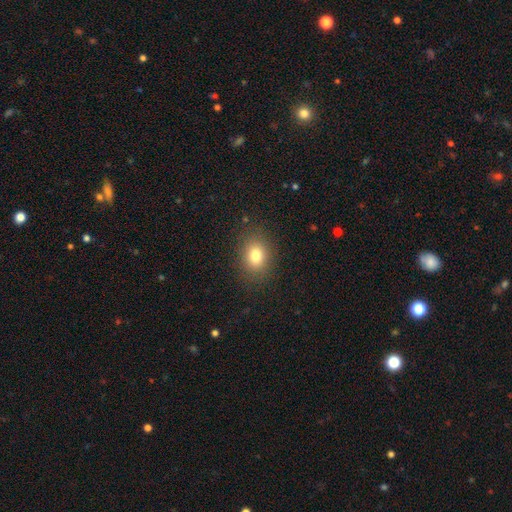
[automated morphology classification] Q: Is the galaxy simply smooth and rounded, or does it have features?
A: smooth — 79%.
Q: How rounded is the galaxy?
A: in between — 56%.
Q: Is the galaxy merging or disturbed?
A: none — 86%.